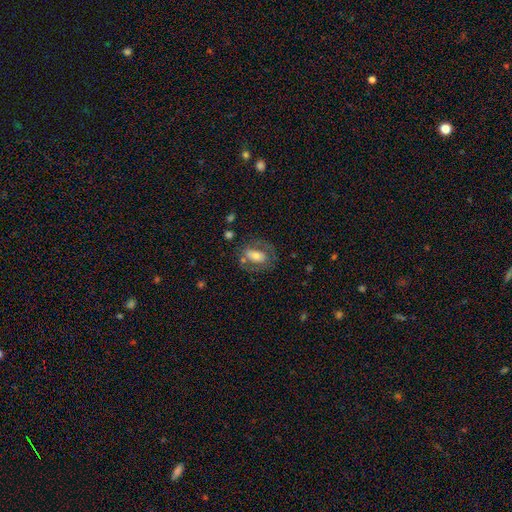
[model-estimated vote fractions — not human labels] Morphology: type=smooth (53%); roundness=in between (81%); merging=none (62%).